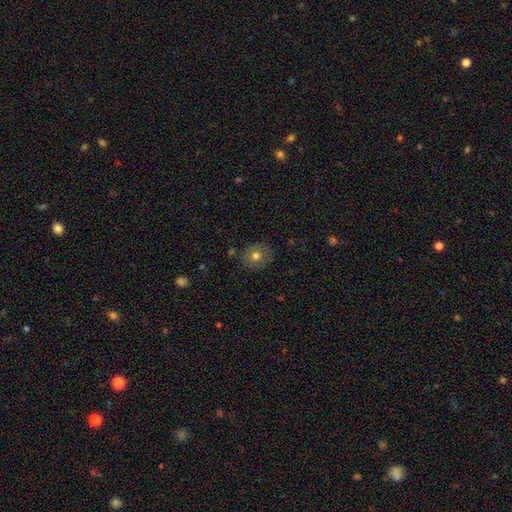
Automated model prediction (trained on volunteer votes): smooth_or_featured: smooth (p=0.73) [alt: featured or disk p=0.17]
how_rounded: round (p=0.78) [alt: in between p=0.21]
merging: none (p=0.84) [alt: minor disturbance p=0.11]